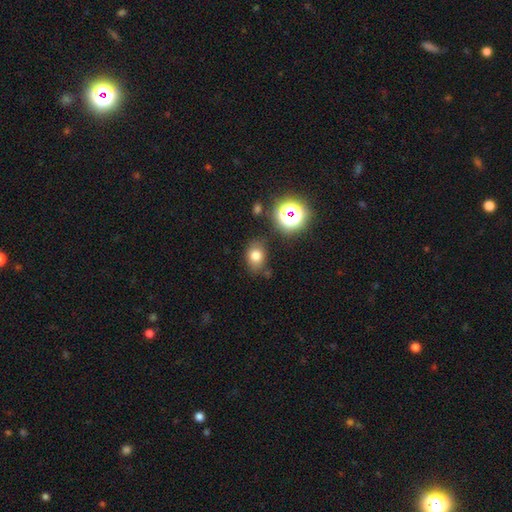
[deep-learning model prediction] Smooth or featured? Predicted: smooth (p=0.74). How rounded? Predicted: in between (p=0.57). Merging? Predicted: none (p=0.75).